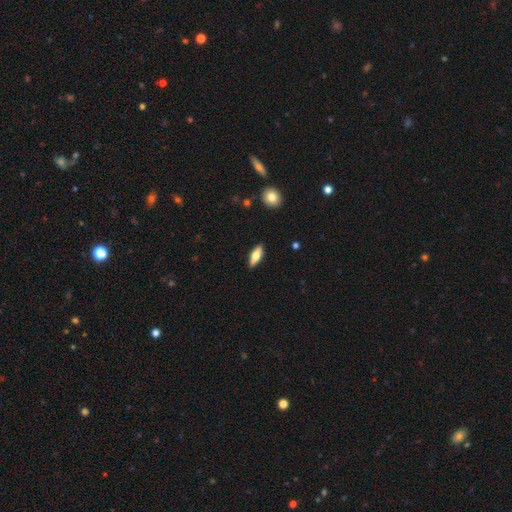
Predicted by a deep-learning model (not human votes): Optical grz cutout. It shows a smooth galaxy with no disk features (63%) that is in between round and cigar-shaped (65%). Merging: none (89%).